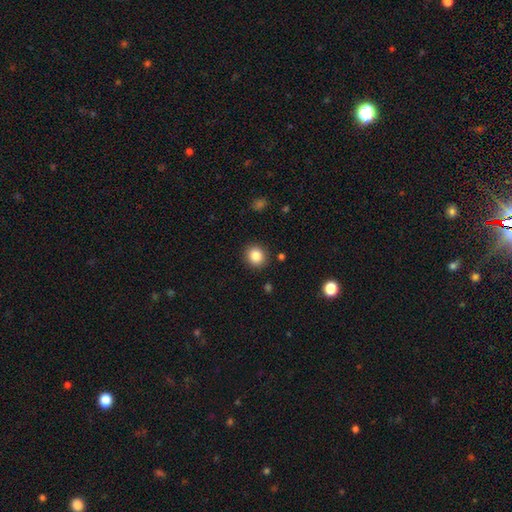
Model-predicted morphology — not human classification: smooth 85%, star or artifact 10%, featured or disk 5%. Down the decision tree: how rounded — round (88%); merging — none (90%).